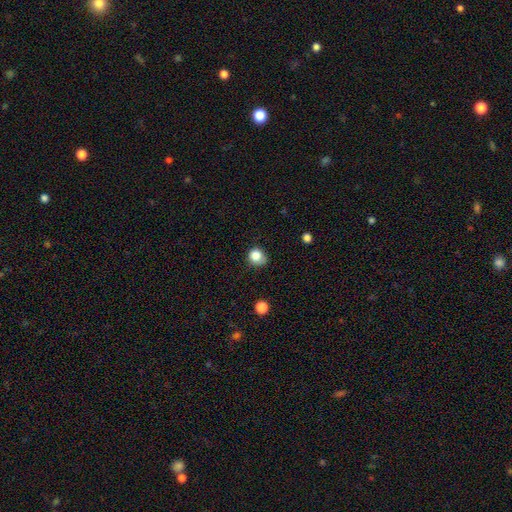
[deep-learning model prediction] A smooth galaxy with no disk features (83%) that is round (82%).

Vote fractions:
- Smooth or featured? smooth: 83% / star or artifact: 11% / featured or disk: 7%
- How rounded? round: 82% / in between: 17% / cigar-shaped: 1%
- Merging? none: 59% / minor disturbance: 31% / major disturbance: 8% / merger: 3%